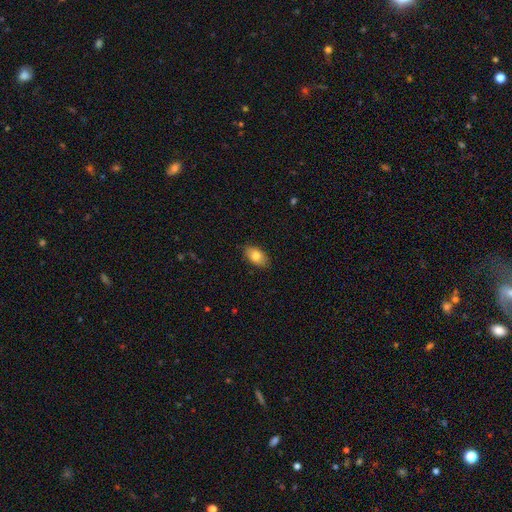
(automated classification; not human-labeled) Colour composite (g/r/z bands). It shows a smooth galaxy with no disk features (81%) that is in between round and cigar-shaped (92%). Merging: none (86%).